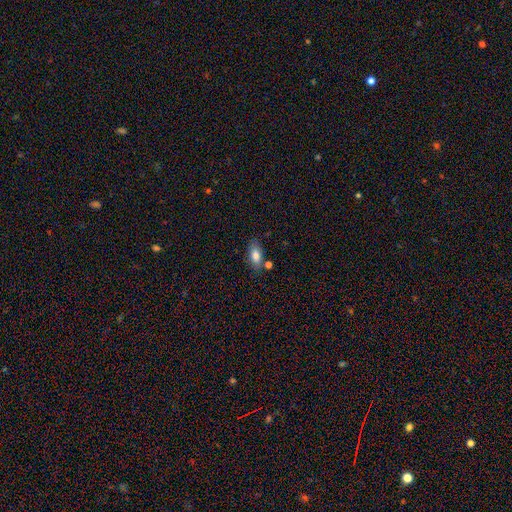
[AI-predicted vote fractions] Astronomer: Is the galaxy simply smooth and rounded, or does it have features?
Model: smooth — 81%.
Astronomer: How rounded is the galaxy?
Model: in between — 87%.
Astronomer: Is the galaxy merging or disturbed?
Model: none — 70%.